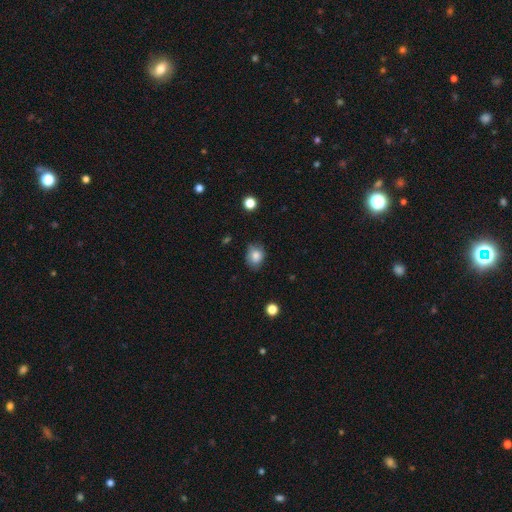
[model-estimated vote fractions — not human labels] This is clearly a smooth galaxy (82%). How rounded: possibly round (52%). Merging: likely none (72%).